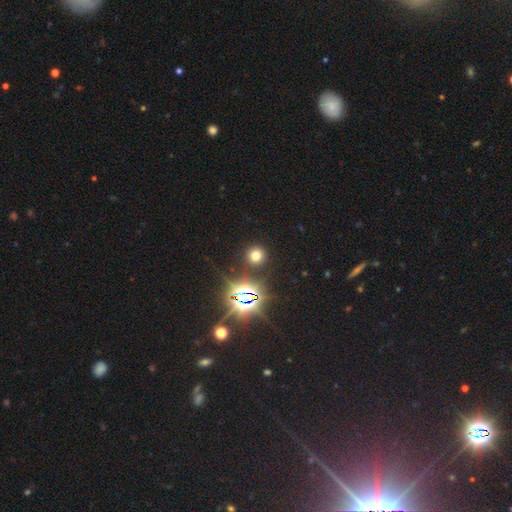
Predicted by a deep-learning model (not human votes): The model was most divided on "smooth or featured": smooth: 64%, star or artifact: 28%, featured or disk: 8%. More confident: how rounded — round (91%); merging — none (88%).